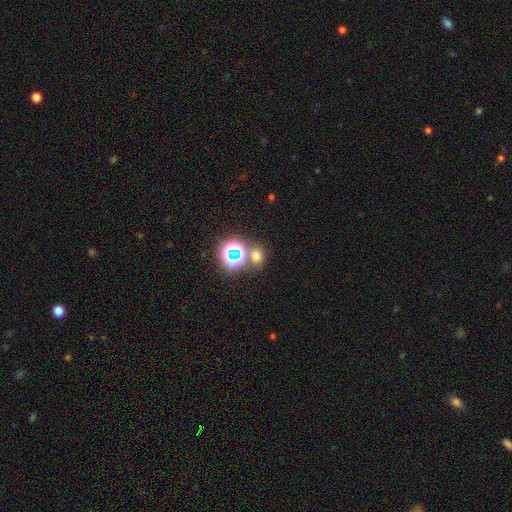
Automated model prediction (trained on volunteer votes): smooth-or-featured: smooth: 57% | star or artifact: 35% | featured or disk: 8%
  how-rounded: round: 62% | in between: 37% | cigar-shaped: 1%
  merging: none: 70% | merger: 17% | minor disturbance: 9% | major disturbance: 4%